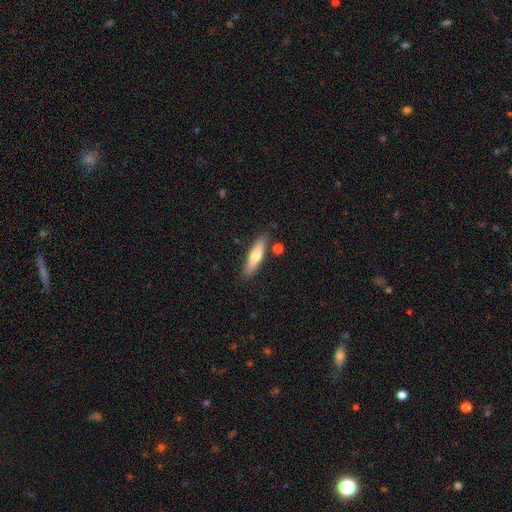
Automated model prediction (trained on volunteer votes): The model was most divided on "smooth or featured": smooth: 63%, featured or disk: 31%, star or artifact: 6%. More confident: merging — none (83%); how rounded — cigar-shaped (73%).